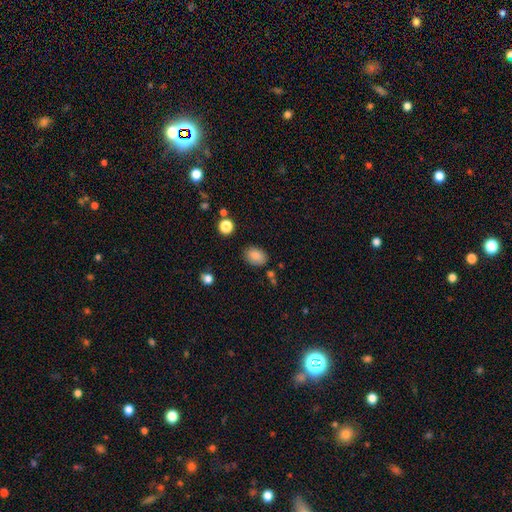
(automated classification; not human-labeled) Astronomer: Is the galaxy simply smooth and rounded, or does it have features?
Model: smooth — 86%.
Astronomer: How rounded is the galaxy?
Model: in between — 80%.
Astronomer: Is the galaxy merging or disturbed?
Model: none — 79%.